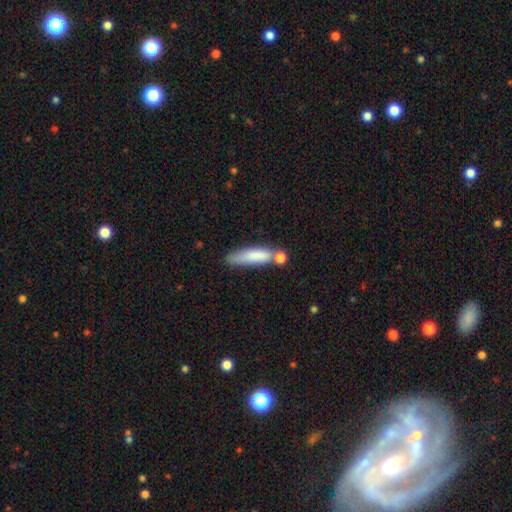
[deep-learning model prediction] Smooth or featured? Predicted: smooth (p=0.76). How rounded? Predicted: cigar-shaped (p=0.74). Merging? Predicted: none (p=0.44).